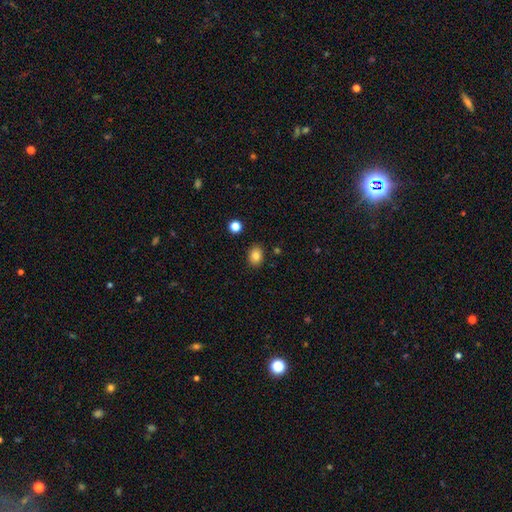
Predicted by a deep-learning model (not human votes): smooth 84%, star or artifact 10%, featured or disk 6%. Down the decision tree: how rounded — in between (62%); merging — none (87%).